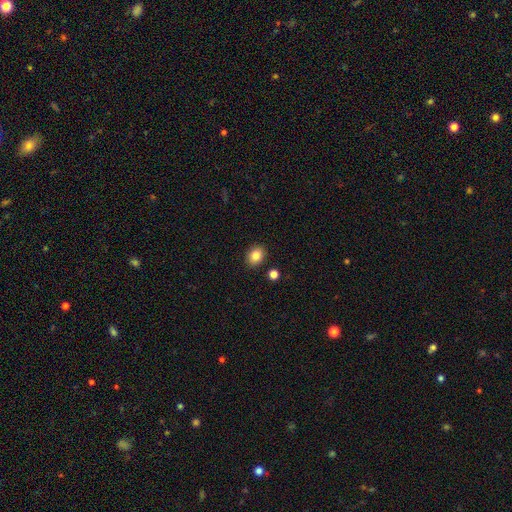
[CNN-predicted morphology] type=smooth (85%); roundness=round (50%); merging=none (88%).